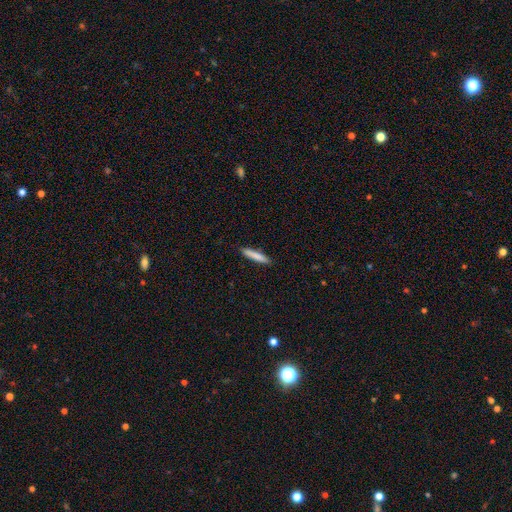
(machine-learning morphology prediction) This appears to be a smooth galaxy with no disk features (82%) that is cigar-shaped (91%). Merging: none (89%).